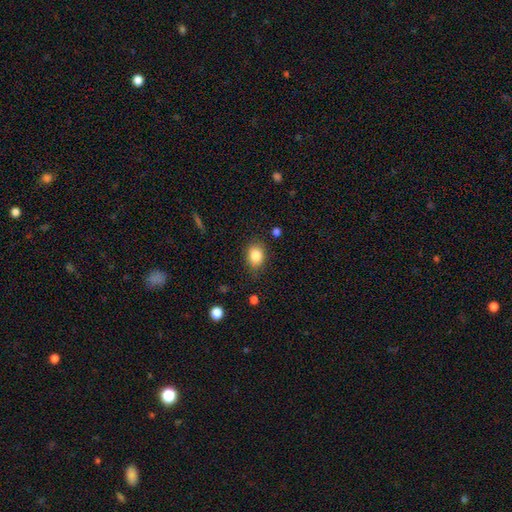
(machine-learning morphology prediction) smooth 84%, star or artifact 9%, featured or disk 6%. Down the decision tree: how rounded — in between (57%); merging — none (79%).